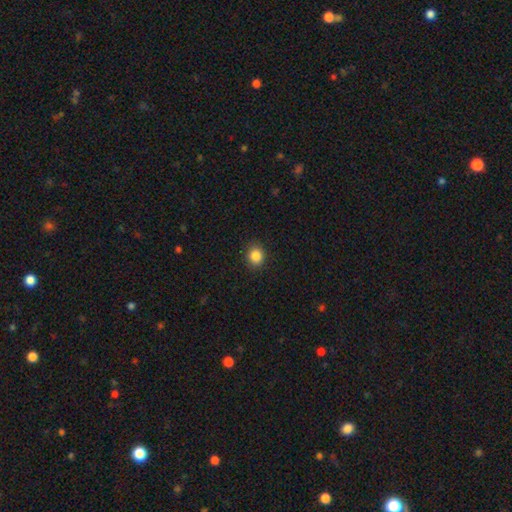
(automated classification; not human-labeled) Smooth or featured? smooth (86%)
How rounded? round (69%)
Merging? none (89%)